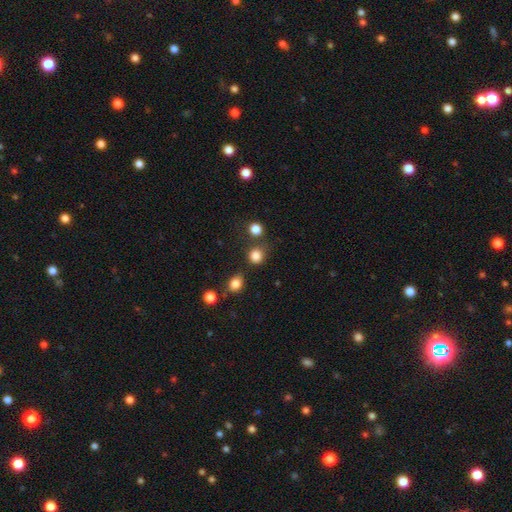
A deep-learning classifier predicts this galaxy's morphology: This appears to be a smooth galaxy with no disk features (82%) that is round (83%). Merging: none (75%).